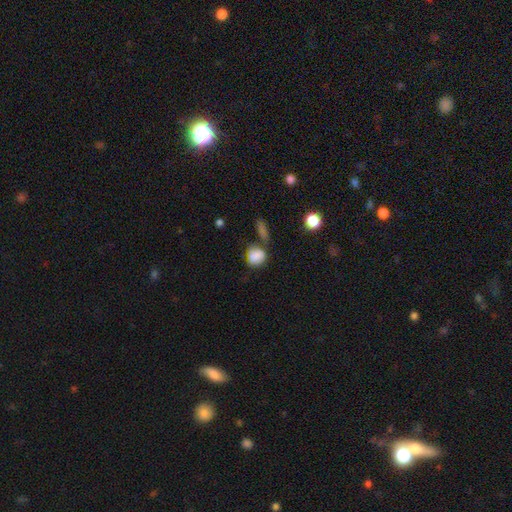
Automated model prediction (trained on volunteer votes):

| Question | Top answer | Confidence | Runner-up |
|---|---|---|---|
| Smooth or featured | smooth | 83% | star or artifact (10%) |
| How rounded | round | 64% | in between (34%) |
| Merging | none | 50% | minor disturbance (22%) |